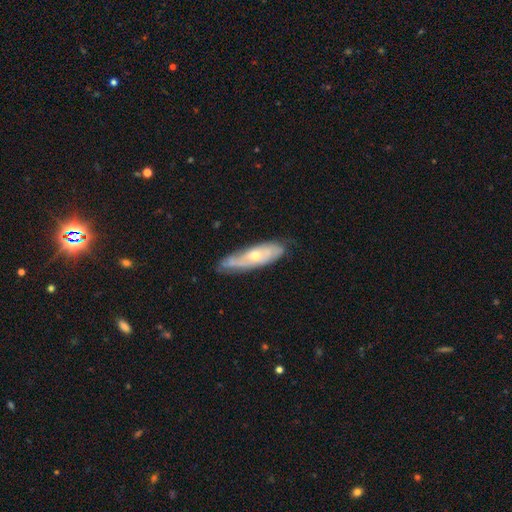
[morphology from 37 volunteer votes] type=featured or disk (81%); edge-on=no (67%); bar=no (80%); spiral arms=yes (75%); winding=tight (73%); arm count=can't tell (67%); bulge=moderate (55%); merging=none (57%).